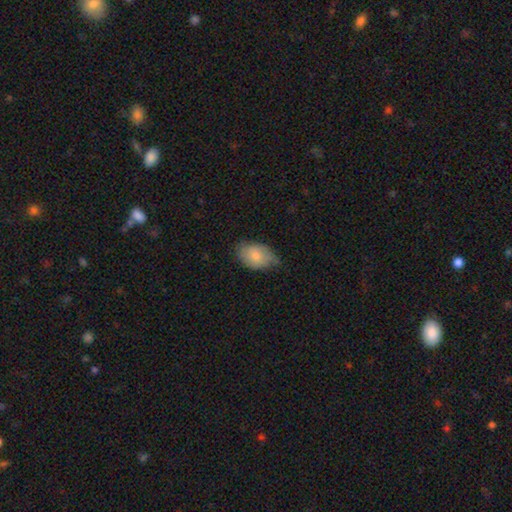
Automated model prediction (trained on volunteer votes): smooth-or-featured: smooth: 75% | featured or disk: 18% | star or artifact: 6%
  how-rounded: in between: 87% | round: 12% | cigar-shaped: 1%
  merging: none: 58% | minor disturbance: 35% | major disturbance: 6% | merger: 1%